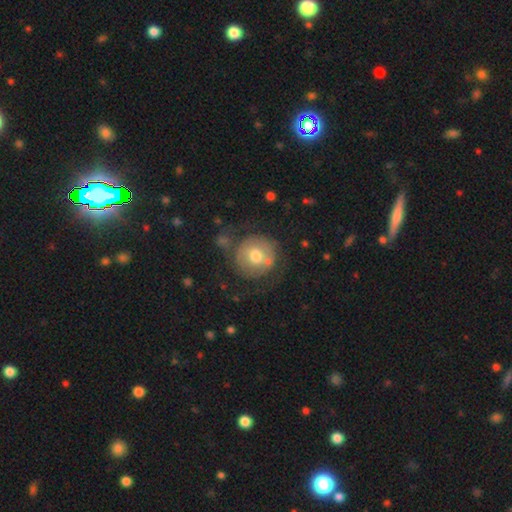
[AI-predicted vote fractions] smooth 59%, featured or disk 33%, star or artifact 8%. Down the decision tree: how rounded — round (92%); merging — none (65%).